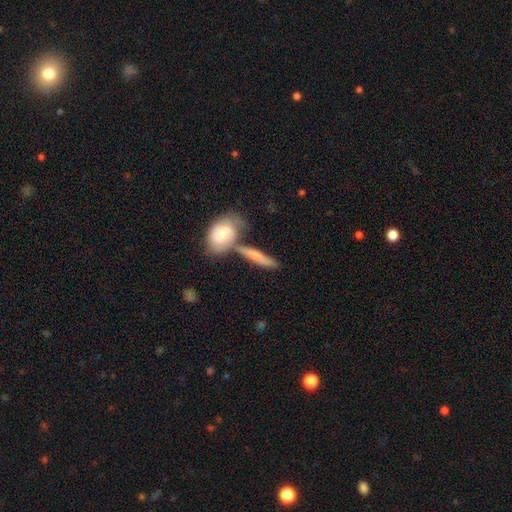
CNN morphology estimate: A smooth galaxy with no disk features (56%) that is cigar-shaped (63%).

Vote fractions:
- Smooth or featured? smooth: 56% / featured or disk: 37% / star or artifact: 7%
- How rounded? cigar-shaped: 63% / in between: 31% / round: 6%
- Merging? none: 42% / merger: 36% / minor disturbance: 15% / major disturbance: 6%